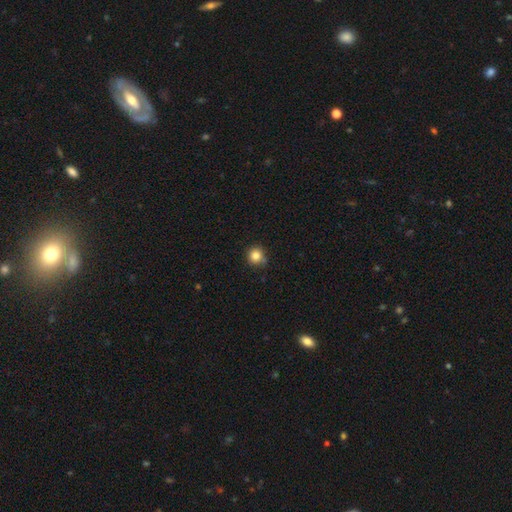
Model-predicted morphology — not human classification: smooth_or_featured: smooth (p=0.82) [alt: star or artifact p=0.12]
how_rounded: round (p=0.93) [alt: in between p=0.07]
merging: none (p=0.79) [alt: minor disturbance p=0.16]